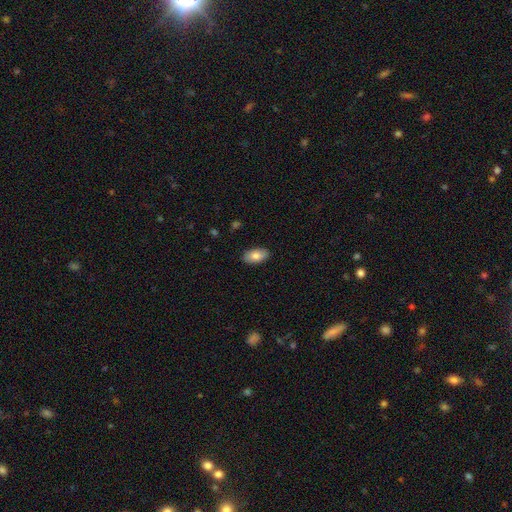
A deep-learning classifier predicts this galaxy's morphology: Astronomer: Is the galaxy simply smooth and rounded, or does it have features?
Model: smooth — 83%.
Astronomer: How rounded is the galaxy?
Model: in between — 94%.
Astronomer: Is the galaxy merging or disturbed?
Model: none — 89%.